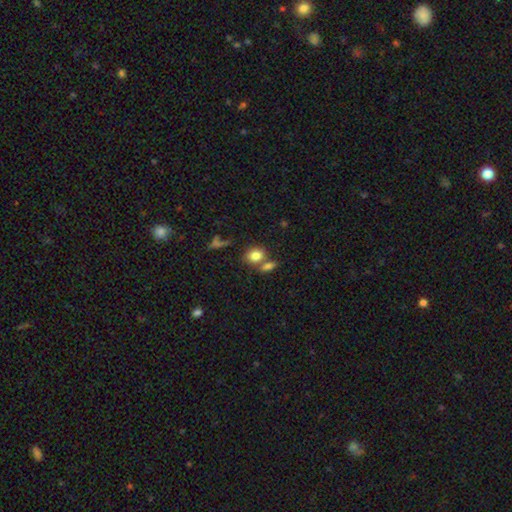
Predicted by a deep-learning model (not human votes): Q: Smooth or featured?
A: smooth (81%); runner-up: star or artifact (10%)
Q: How rounded?
A: in between (55%); runner-up: round (43%)
Q: Merging?
A: none (53%); runner-up: merger (32%)